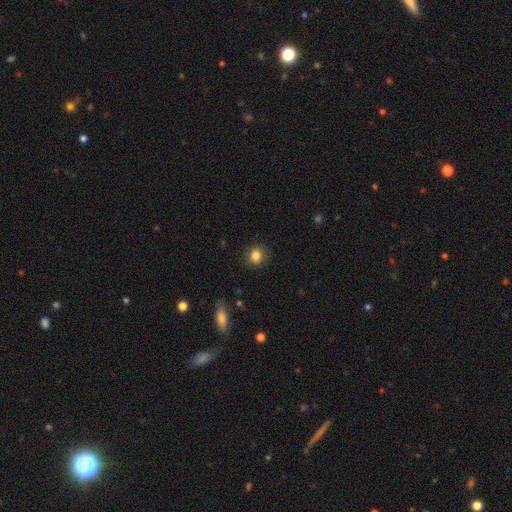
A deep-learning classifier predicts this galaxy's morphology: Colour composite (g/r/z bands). It shows a smooth galaxy with no disk features (85%) that is round (81%). Merging: none (87%).